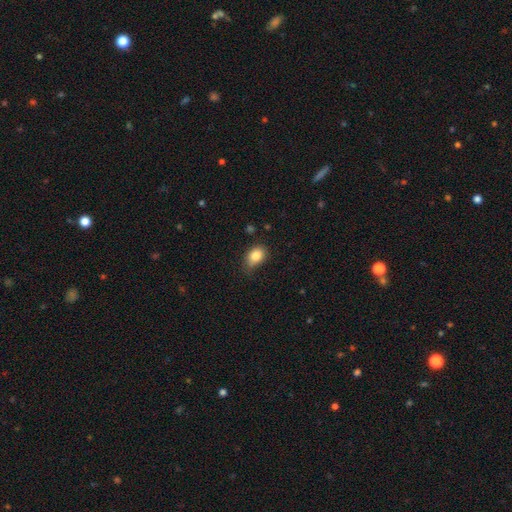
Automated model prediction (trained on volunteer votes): This appears to be a smooth galaxy with no disk features (83%) that is in between round and cigar-shaped (68%). Merging: none (59%).